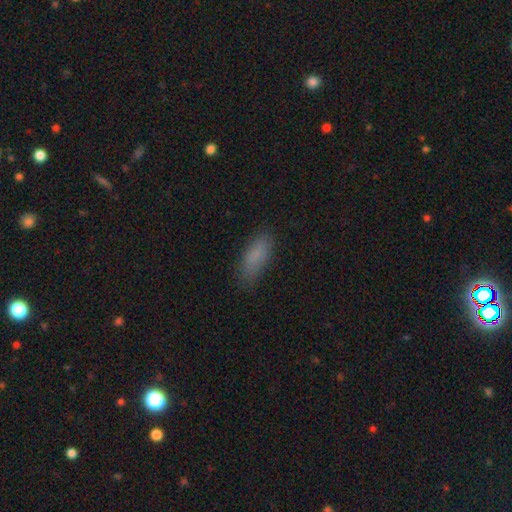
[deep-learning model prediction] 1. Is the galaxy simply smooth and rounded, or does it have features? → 84% smooth, 9% star or artifact, 8% featured or disk.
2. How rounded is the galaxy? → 68% in between, 30% cigar-shaped, 2% round.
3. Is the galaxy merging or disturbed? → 80% none, 15% minor disturbance, 4% major disturbance, 1% merger.